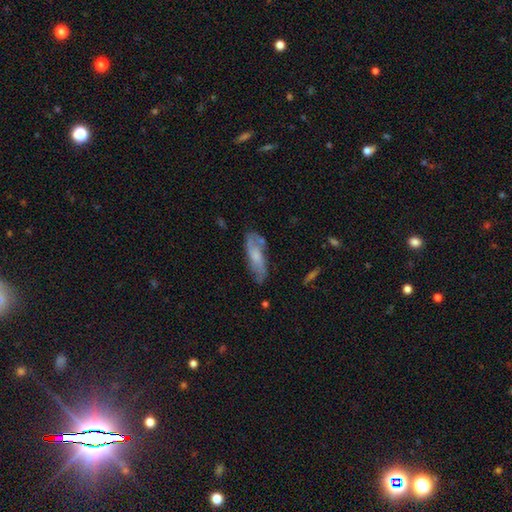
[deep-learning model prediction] featured or disk 53%, smooth 39%, star or artifact 7%. Down the decision tree: edge-on disk — no (80%); merging — none (66%).